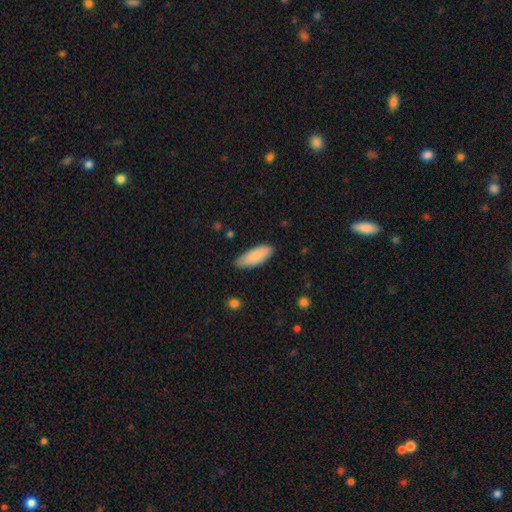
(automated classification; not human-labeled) Smooth or featured?
  - smooth: 85% *
  - featured or disk: 9%
  - star or artifact: 6%
How rounded?
  - in between: 76% *
  - cigar-shaped: 23%
  - round: 2%
Merging?
  - none: 80% *
  - minor disturbance: 17%
  - major disturbance: 2%
  - merger: 1%